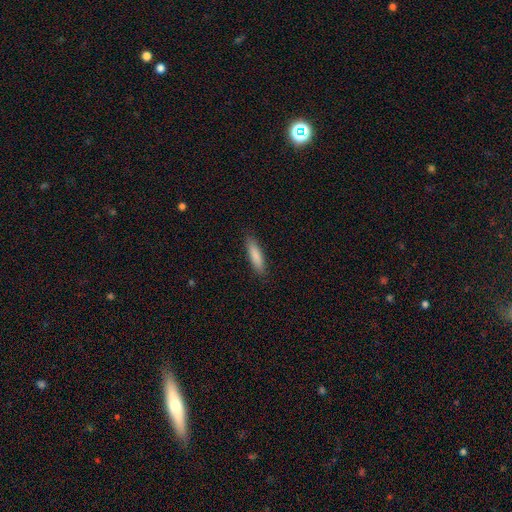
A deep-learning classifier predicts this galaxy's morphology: A smooth galaxy with no disk features (86%) that is cigar-shaped (68%). Merging: none (87%).